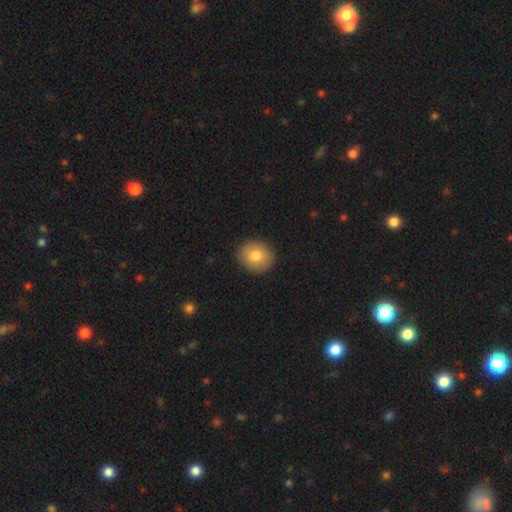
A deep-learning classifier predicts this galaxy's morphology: The model was most divided on "how rounded": round: 70%, in between: 29%, cigar-shaped: 1%. More confident: merging — none (91%); smooth or featured — smooth (82%).